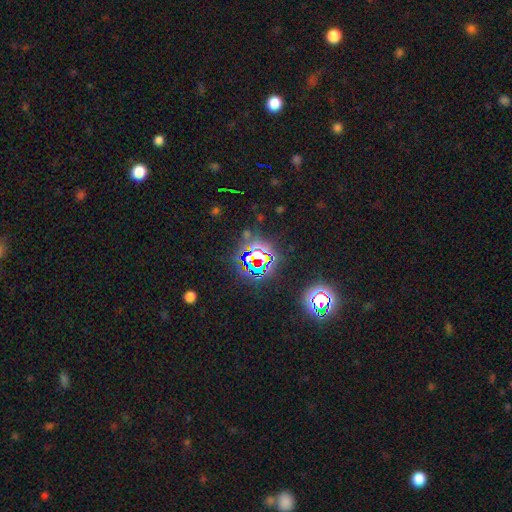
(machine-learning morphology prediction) smooth_or_featured: star or artifact (p=0.76) [alt: smooth p=0.14]